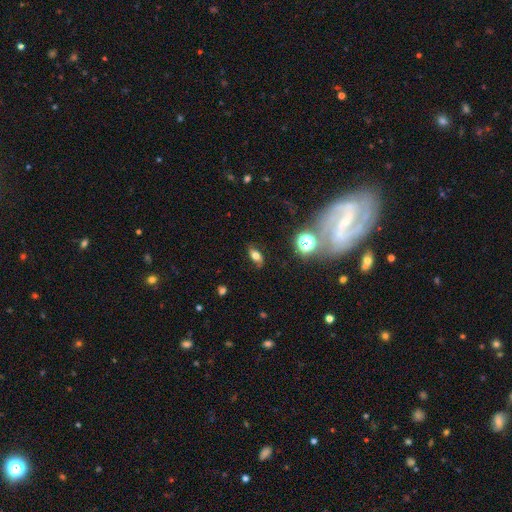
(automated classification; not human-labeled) This is possibly a smooth galaxy (58%). How rounded: clearly in between (81%). Merging: likely none (79%).